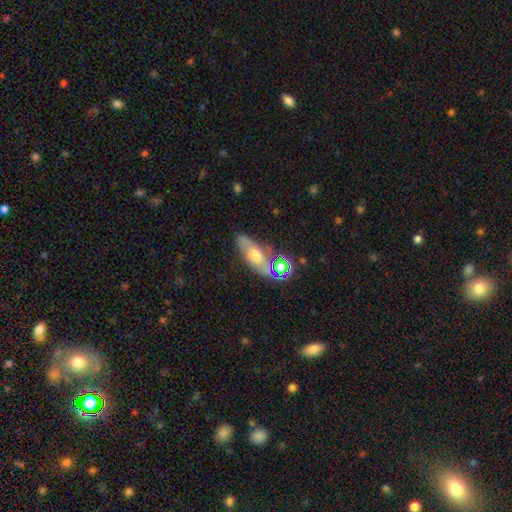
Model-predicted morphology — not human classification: Smooth or featured?
  - featured or disk: 46% *
  - smooth: 39%
  - star or artifact: 15%
Merging?
  - none: 66% *
  - minor disturbance: 19%
  - merger: 9%
  - major disturbance: 7%